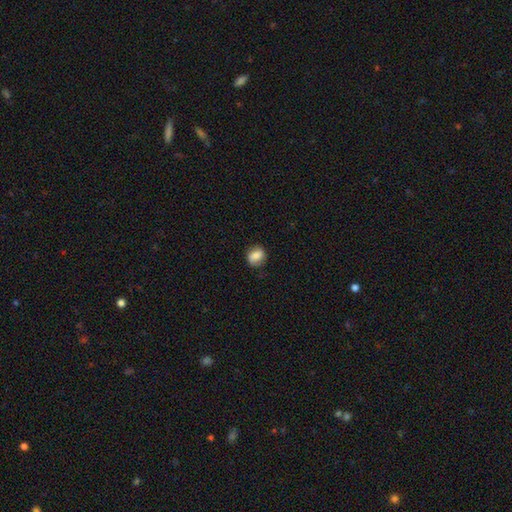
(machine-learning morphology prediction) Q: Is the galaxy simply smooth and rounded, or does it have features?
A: smooth — 75%.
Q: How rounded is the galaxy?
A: round — 60%.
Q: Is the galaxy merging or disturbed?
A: none — 71%.